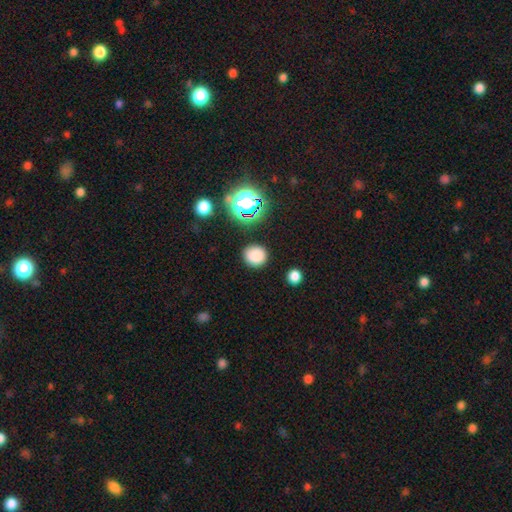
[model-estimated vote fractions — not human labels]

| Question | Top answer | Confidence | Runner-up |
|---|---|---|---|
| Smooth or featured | smooth | 80% | star or artifact (15%) |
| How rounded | round | 86% | in between (13%) |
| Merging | none | 86% | minor disturbance (9%) |